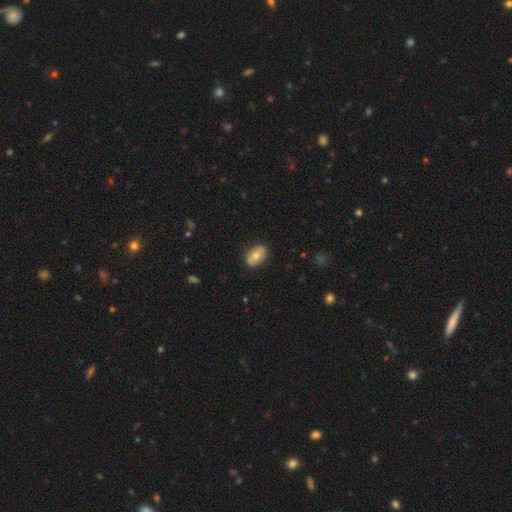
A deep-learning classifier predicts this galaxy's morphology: smooth_or_featured: smooth (p=0.62) [alt: featured or disk p=0.32]
how_rounded: in between (p=0.88) [alt: round p=0.10]
merging: none (p=0.83) [alt: minor disturbance p=0.13]